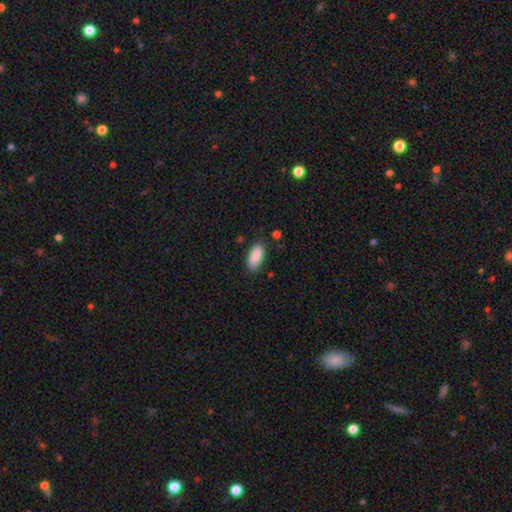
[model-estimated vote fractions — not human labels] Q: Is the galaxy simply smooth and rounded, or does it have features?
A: smooth — 89%.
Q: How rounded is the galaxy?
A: in between — 89%.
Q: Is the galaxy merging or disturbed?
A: none — 81%.